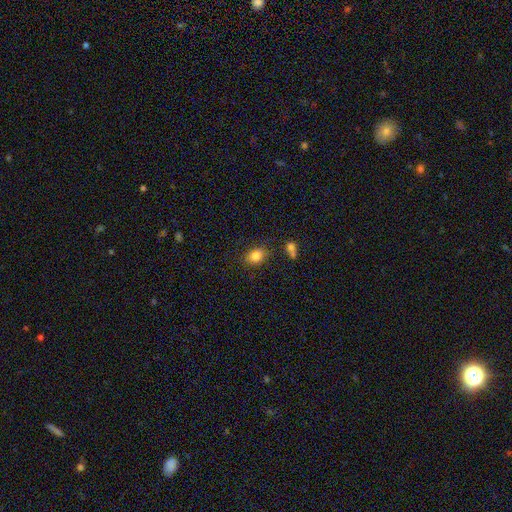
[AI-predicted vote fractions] Smooth or featured: smooth — 83% (star or artifact — 10%)
How rounded: in between — 61% (round — 37%)
Merging: none — 77% (minor disturbance — 14%)